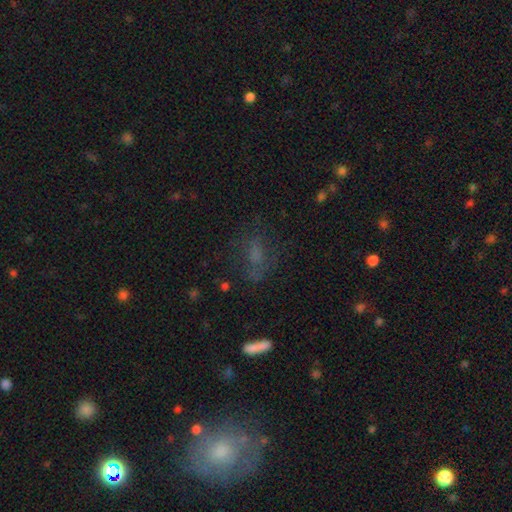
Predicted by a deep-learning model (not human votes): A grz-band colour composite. It shows a smooth galaxy with no disk features (43%). Merging: none (61%).